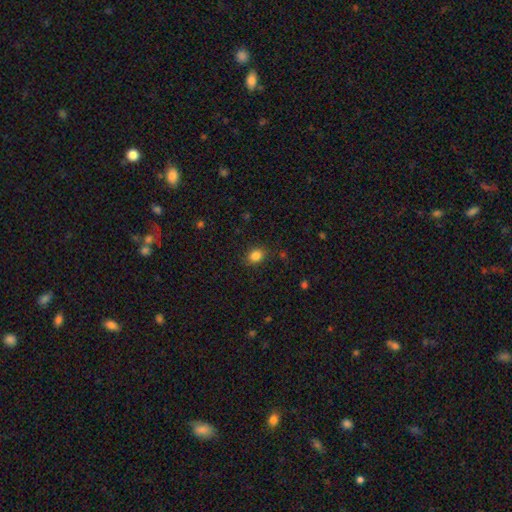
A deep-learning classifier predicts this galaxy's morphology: Smooth or featured?
  - smooth: 84% *
  - star or artifact: 11%
  - featured or disk: 5%
How rounded?
  - in between: 55% *
  - round: 44%
  - cigar-shaped: 1%
Merging?
  - none: 86% *
  - minor disturbance: 10%
  - major disturbance: 3%
  - merger: 1%